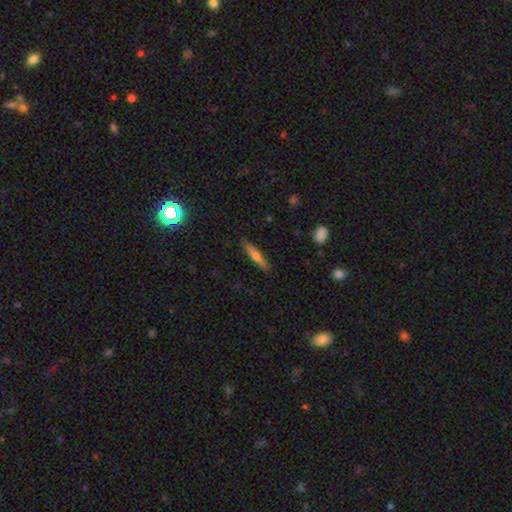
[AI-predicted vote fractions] Morphology: type=smooth (46%); merging=none (89%).